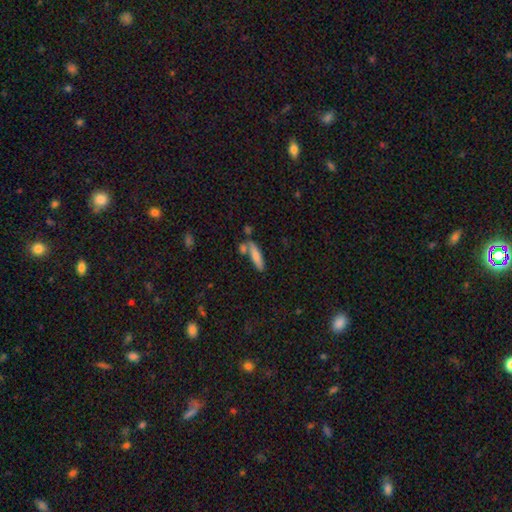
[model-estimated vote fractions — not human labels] This appears to be a smooth galaxy with no disk features (75%) that is cigar-shaped (74%). Merging: none (65%).